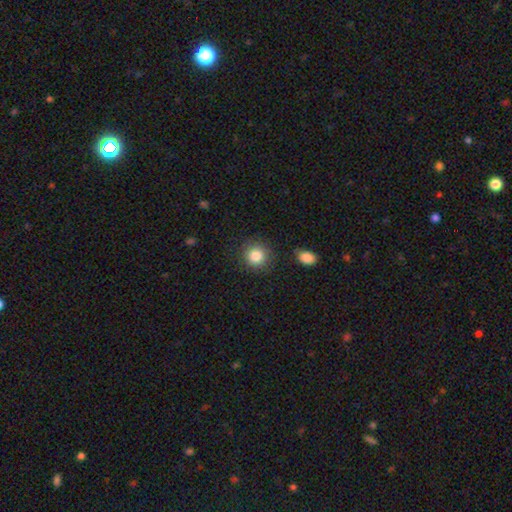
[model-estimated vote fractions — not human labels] Smooth or featured? Predicted: smooth (p=0.85). How rounded? Predicted: round (p=0.91). Merging? Predicted: none (p=0.87).